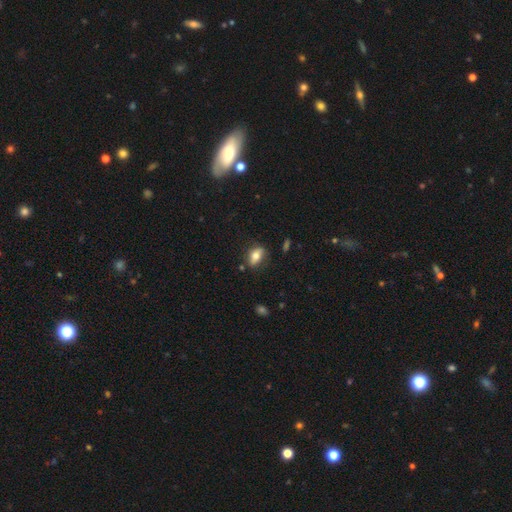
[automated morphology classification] A smooth galaxy with no disk features (66%) that is in between round and cigar-shaped (79%).

Vote fractions:
- Smooth or featured? smooth: 66% / featured or disk: 25% / star or artifact: 9%
- How rounded? in between: 79% / round: 15% / cigar-shaped: 6%
- Merging? none: 74% / minor disturbance: 18% / major disturbance: 5% / merger: 3%